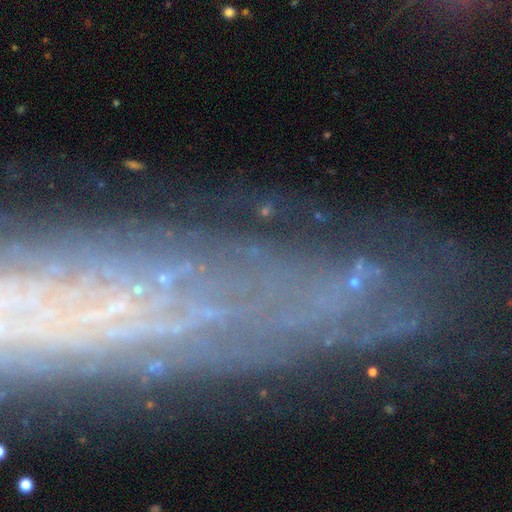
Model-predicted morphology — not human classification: Smooth or featured?
  - featured or disk: 55% *
  - star or artifact: 28%
  - smooth: 17%
Edge-on disk?
  - no: 75% *
  - yes: 25%
Merging?
  - none: 66% *
  - minor disturbance: 19%
  - major disturbance: 11%
  - merger: 4%